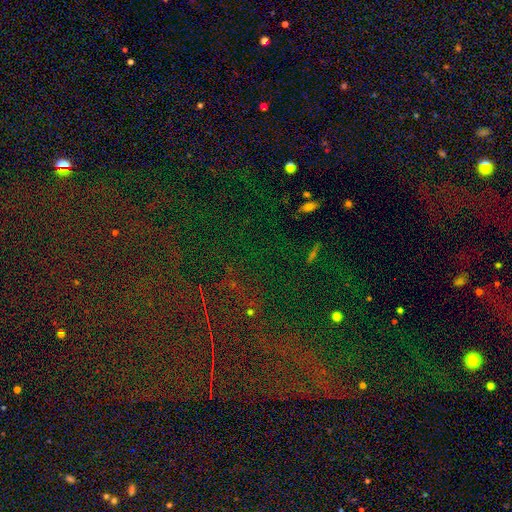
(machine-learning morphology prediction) Smooth or featured: star or artifact — 80% (smooth — 11%)